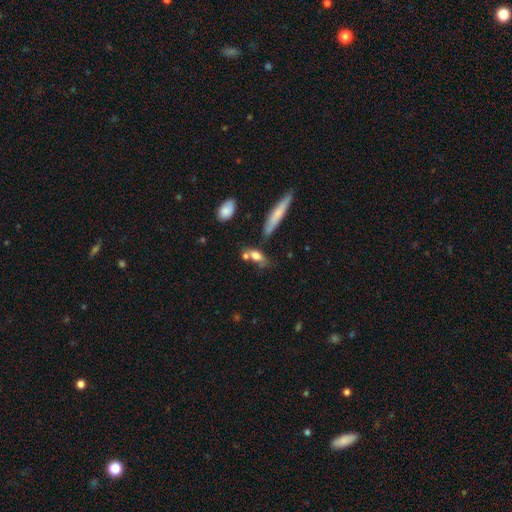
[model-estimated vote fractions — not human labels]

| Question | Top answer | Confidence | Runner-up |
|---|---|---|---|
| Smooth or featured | smooth | 71% | featured or disk (20%) |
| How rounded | in between | 69% | cigar-shaped (21%) |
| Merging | none | 45% | merger (28%) |